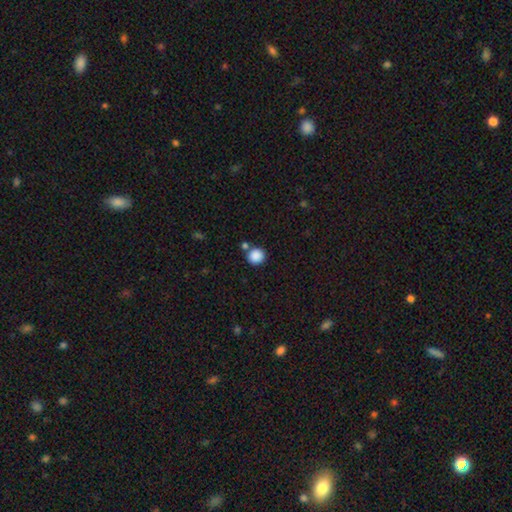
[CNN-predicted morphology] Smooth or featured? smooth (87%)
How rounded? round (91%)
Merging? none (77%)